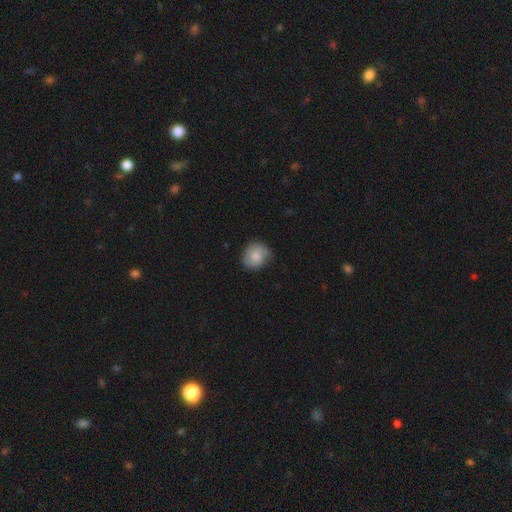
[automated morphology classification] Smooth or featured?
  - smooth: 74% *
  - featured or disk: 19%
  - star or artifact: 7%
How rounded?
  - round: 77% *
  - in between: 22%
  - cigar-shaped: 1%
Merging?
  - none: 66% *
  - minor disturbance: 26%
  - major disturbance: 6%
  - merger: 1%